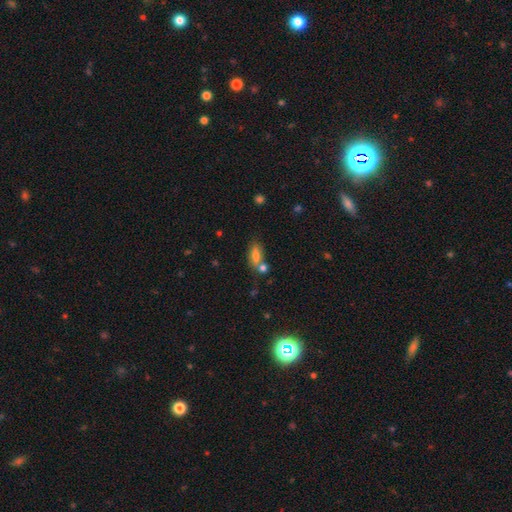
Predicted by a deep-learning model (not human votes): Smooth or featured? Predicted: smooth (p=0.76). How rounded? Predicted: in between (p=0.76). Merging? Predicted: none (p=0.56).